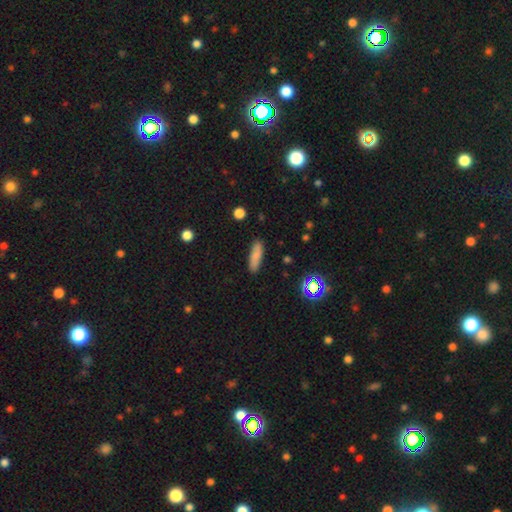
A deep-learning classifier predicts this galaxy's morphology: smooth-or-featured: smooth: 80% | featured or disk: 11% | star or artifact: 9%
  how-rounded: cigar-shaped: 51% | in between: 46% | round: 2%
  merging: none: 85% | minor disturbance: 11% | major disturbance: 2% | merger: 2%